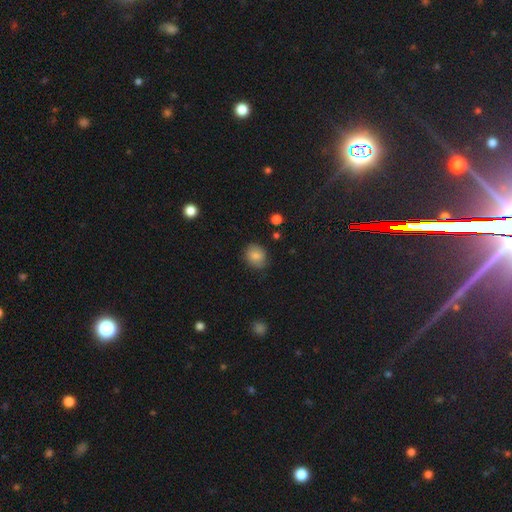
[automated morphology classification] smooth_or_featured: smooth (p=0.79) [alt: featured or disk p=0.12]
how_rounded: round (p=0.58) [alt: in between p=0.41]
merging: none (p=0.77) [alt: minor disturbance p=0.17]